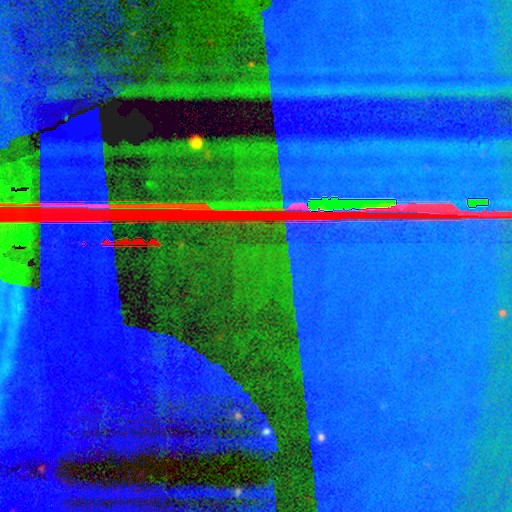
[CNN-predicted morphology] type=star or artifact (89%).